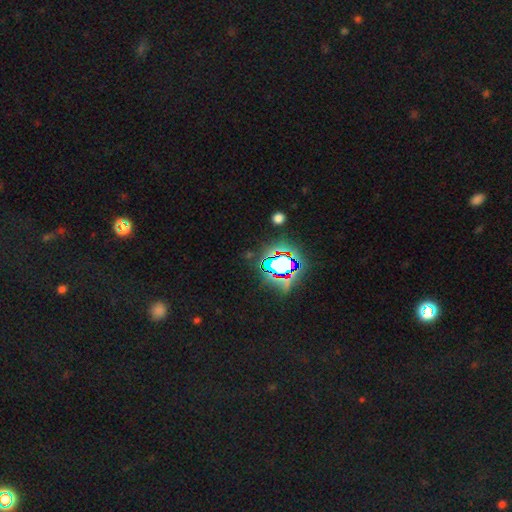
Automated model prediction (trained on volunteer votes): A star or artifact, not a galaxy (77%).